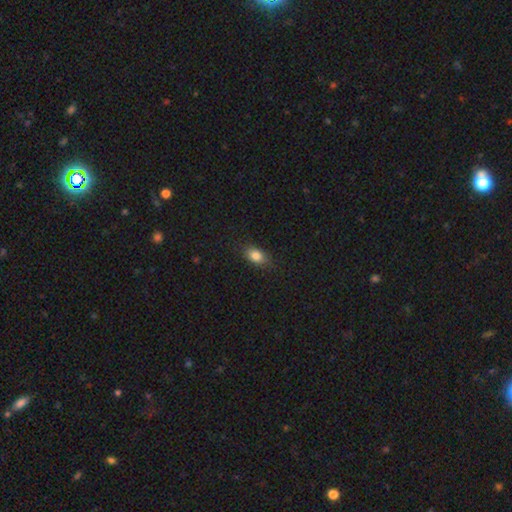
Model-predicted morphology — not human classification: A smooth galaxy with no disk features (84%) that is in between round and cigar-shaped (81%). Merging: none (82%).